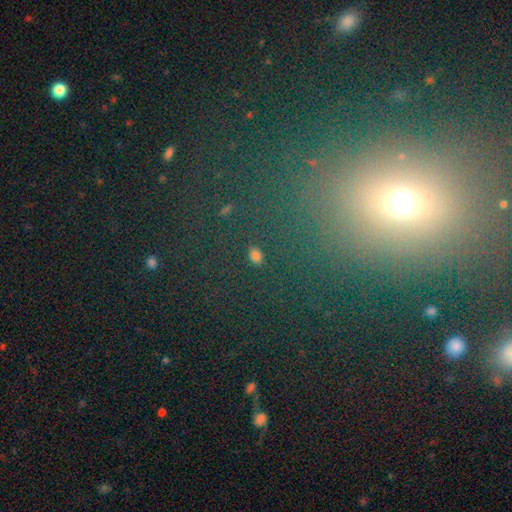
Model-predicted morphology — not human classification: A smooth galaxy with no disk features (74%) that is in between round and cigar-shaped (77%). Merging: none (87%).